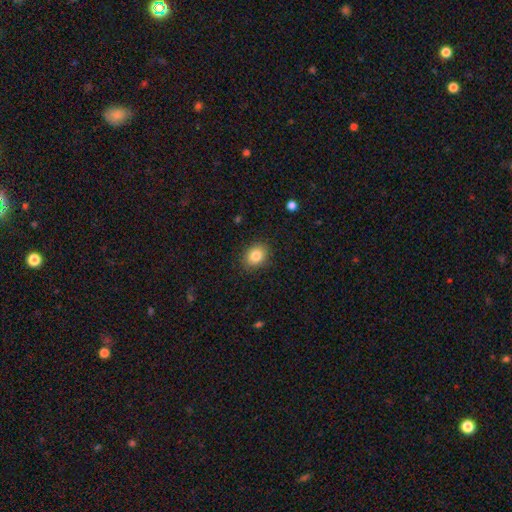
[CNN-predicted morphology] Q: Smooth or featured?
A: smooth (84%); runner-up: star or artifact (9%)
Q: How rounded?
A: in between (54%); runner-up: round (46%)
Q: Merging?
A: none (88%); runner-up: minor disturbance (9%)